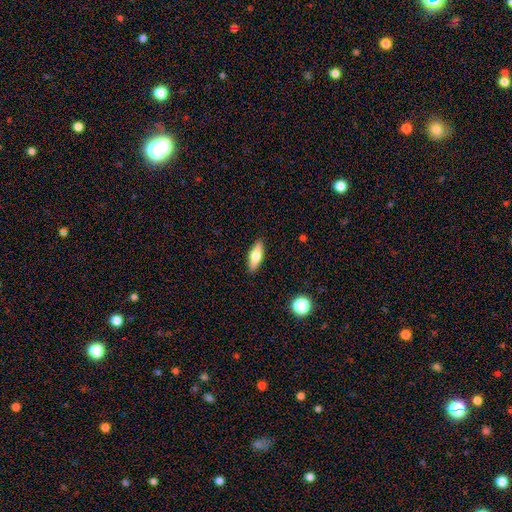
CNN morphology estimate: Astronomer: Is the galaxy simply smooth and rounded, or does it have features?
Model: smooth — 58% (runner-up: featured or disk, 36%).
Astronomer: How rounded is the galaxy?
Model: in between — 51% (runner-up: cigar-shaped, 46%).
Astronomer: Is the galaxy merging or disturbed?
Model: none — 89%.